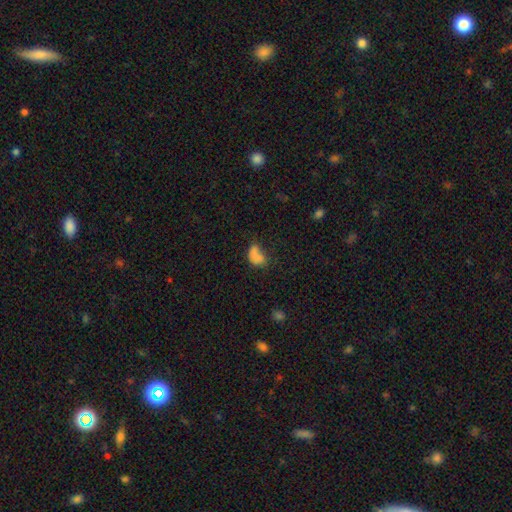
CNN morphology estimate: Overall: smooth (71%). How rounded: in between (86%). Merging: none (34%; minor disturbance 28%).